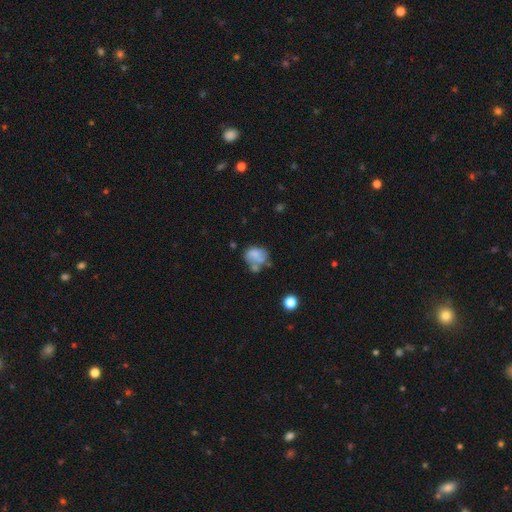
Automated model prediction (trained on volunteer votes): This appears to be a smooth galaxy with no disk features (56%) that is in between round and cigar-shaped (52%). Merging: none (28%).